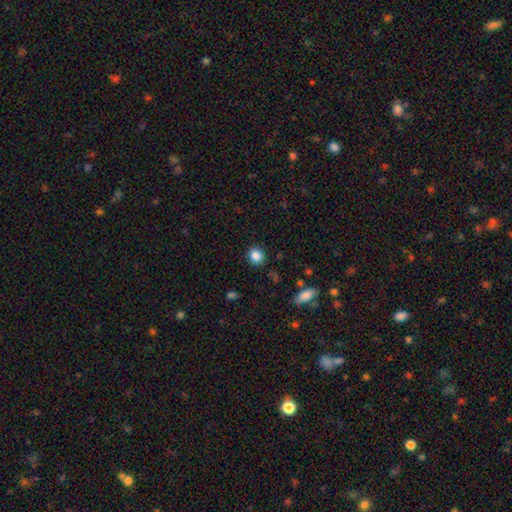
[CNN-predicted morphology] A smooth galaxy with no disk features (86%) that is round (76%).

Vote fractions:
- Smooth or featured? smooth: 86% / star or artifact: 10% / featured or disk: 4%
- How rounded? round: 76% / in between: 23% / cigar-shaped: 1%
- Merging? none: 88% / minor disturbance: 8% / major disturbance: 2% / merger: 1%